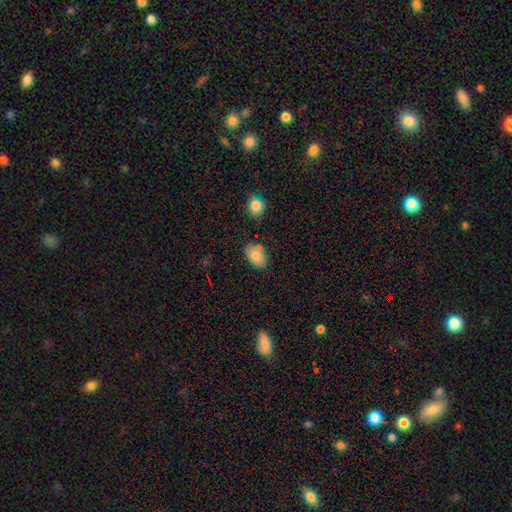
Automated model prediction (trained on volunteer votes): Smooth or featured? Predicted: smooth (p=0.78). How rounded? Predicted: in between (p=0.87). Merging? Predicted: none (p=0.73).